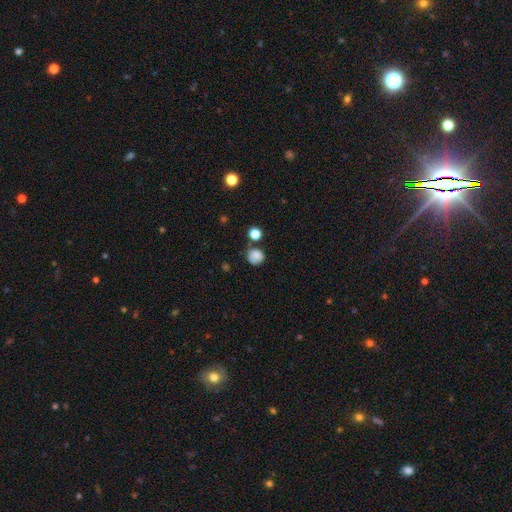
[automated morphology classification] smooth_or_featured: smooth (p=0.79) [alt: star or artifact p=0.12]
how_rounded: round (p=0.81) [alt: in between p=0.18]
merging: none (p=0.64) [alt: minor disturbance p=0.20]